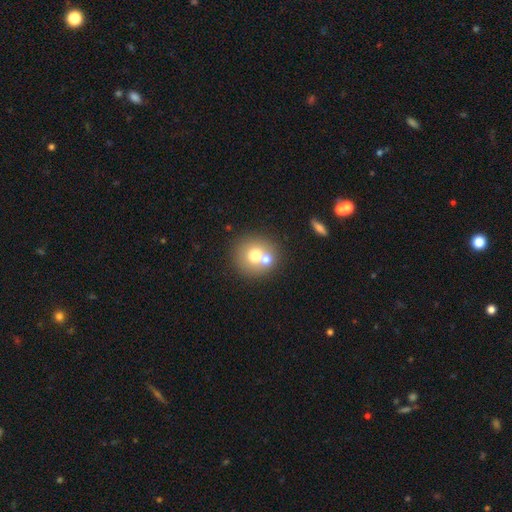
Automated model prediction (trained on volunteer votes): smooth-or-featured: smooth: 68% | featured or disk: 20% | star or artifact: 12%
  how-rounded: round: 89% | in between: 10% | cigar-shaped: 1%
  merging: none: 57% | merger: 32% | minor disturbance: 8% | major disturbance: 3%